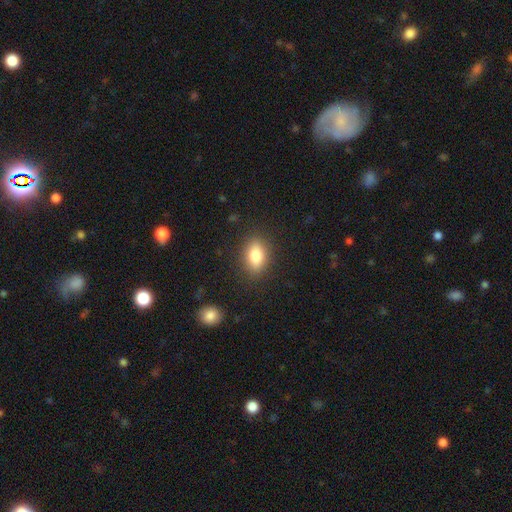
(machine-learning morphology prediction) This appears to be a smooth galaxy with no disk features (79%) that is in between round and cigar-shaped (82%). Merging: none (86%).